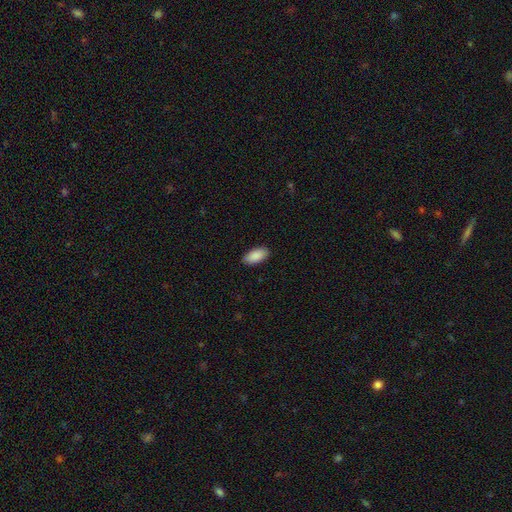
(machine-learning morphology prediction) A smooth galaxy with no disk features (90%) that is in between round and cigar-shaped (94%).

Vote fractions:
- Smooth or featured? smooth: 90% / star or artifact: 6% / featured or disk: 4%
- How rounded? in between: 94% / cigar-shaped: 4% / round: 2%
- Merging? none: 88% / minor disturbance: 9% / major disturbance: 2% / merger: 1%